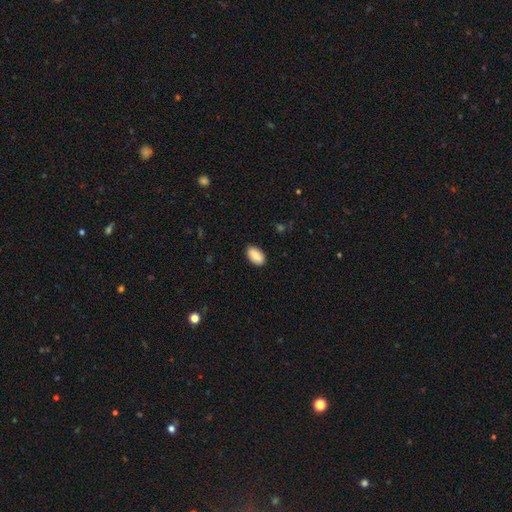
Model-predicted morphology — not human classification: type=smooth (78%); roundness=in between (93%); merging=none (87%).